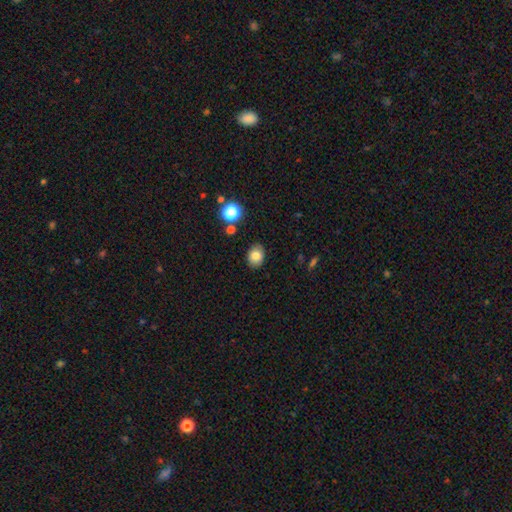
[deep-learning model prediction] A smooth galaxy with no disk features (80%) that is in between round and cigar-shaped (62%). Merging: none (86%).